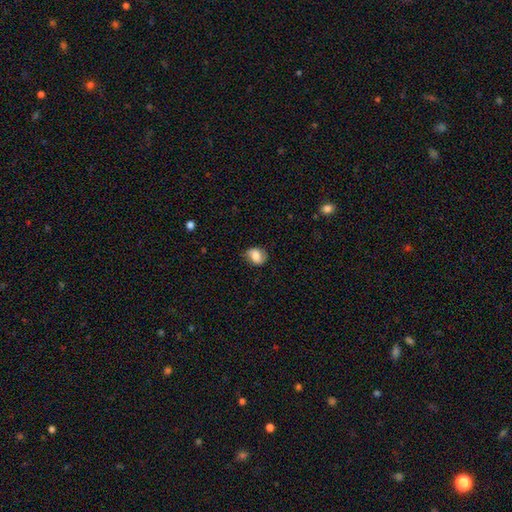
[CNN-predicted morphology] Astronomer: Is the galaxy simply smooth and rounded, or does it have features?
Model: smooth — 70%.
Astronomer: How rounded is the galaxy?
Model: in between — 57% (runner-up: round, 42%).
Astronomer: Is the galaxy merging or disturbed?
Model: none — 70%.